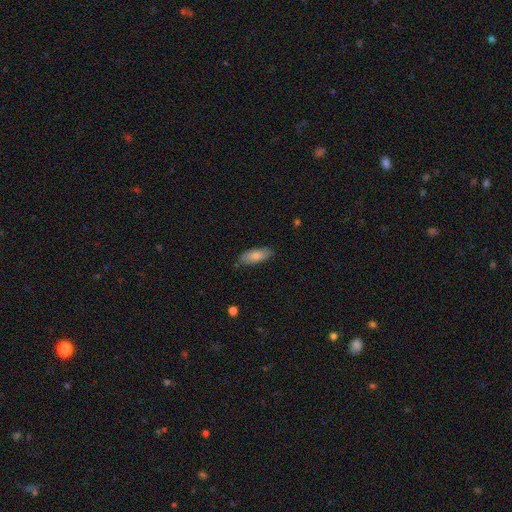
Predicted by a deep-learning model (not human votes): smooth-or-featured: smooth: 80% | featured or disk: 14% | star or artifact: 6%
  how-rounded: in between: 72% | cigar-shaped: 26% | round: 2%
  merging: none: 80% | minor disturbance: 15% | major disturbance: 3% | merger: 2%